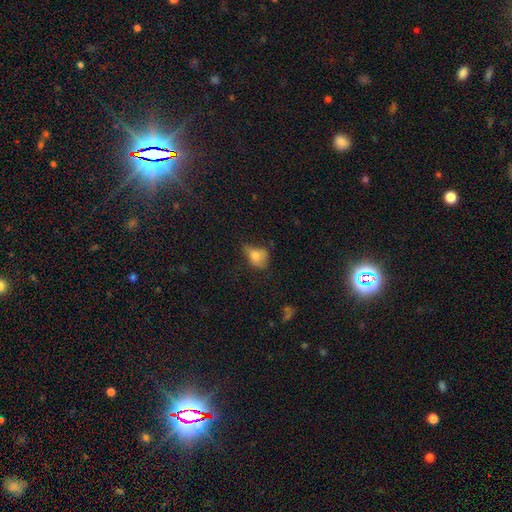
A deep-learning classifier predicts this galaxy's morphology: type=smooth (72%); roundness=in between (60%); merging=minor disturbance (38%).